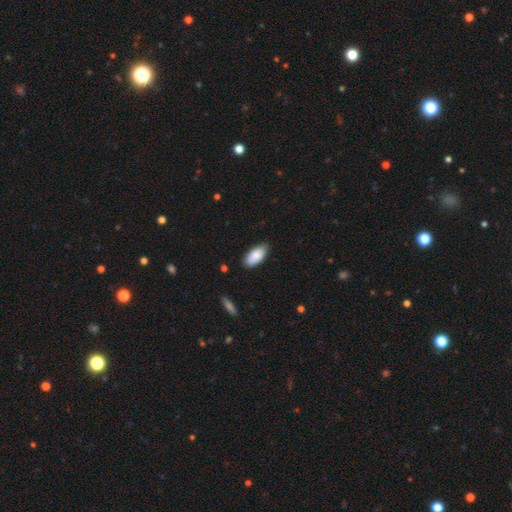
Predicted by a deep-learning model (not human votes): A smooth galaxy with no disk features (87%) that is in between round and cigar-shaped (92%).

Vote fractions:
- Smooth or featured? smooth: 87% / featured or disk: 7% / star or artifact: 6%
- How rounded? in between: 92% / cigar-shaped: 6% / round: 2%
- Merging? none: 83% / minor disturbance: 13% / major disturbance: 2% / merger: 1%